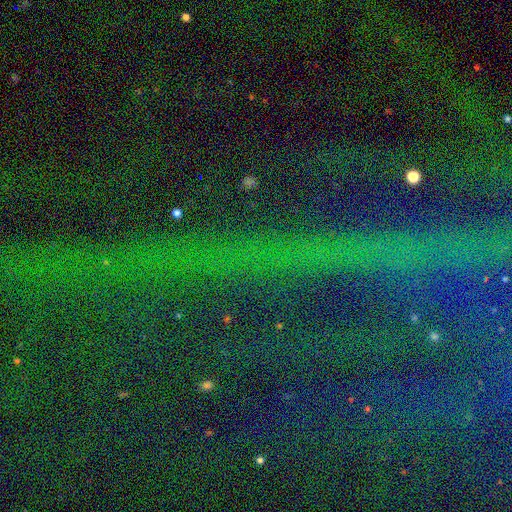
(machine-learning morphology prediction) The model was most divided on "smooth or featured": star or artifact: 85%, featured or disk: 8%, smooth: 7%.